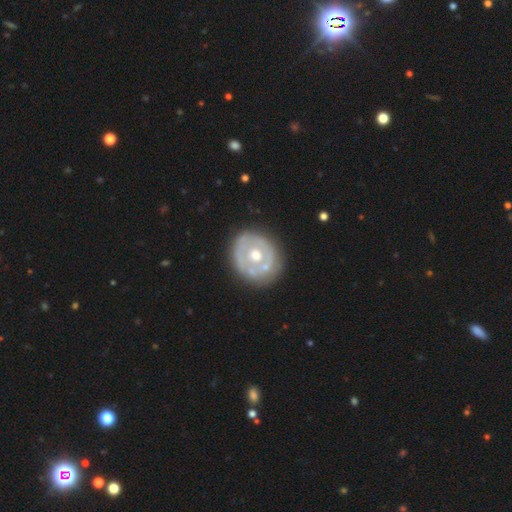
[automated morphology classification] Smooth or featured: featured or disk — 64% (smooth — 31%)
Edge-on disk: no — 96% (yes — 4%)
Bar: no — 85% (weak — 11%)
Spiral arms: no — 77% (yes — 23%)
Bulge size: moderate — 75% (large — 12%)
Merging: none — 74% (minor disturbance — 17%)